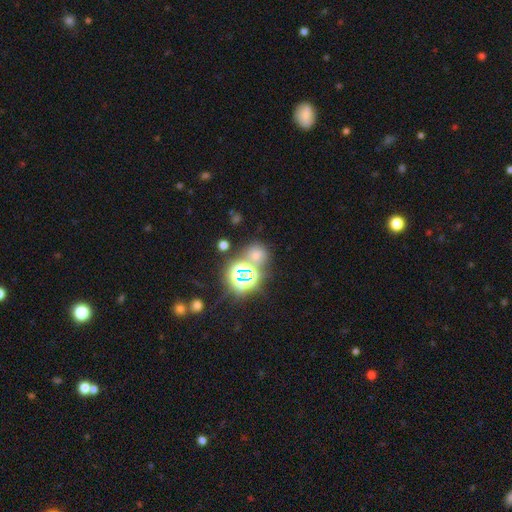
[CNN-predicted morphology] Smooth or featured? star or artifact (47%)